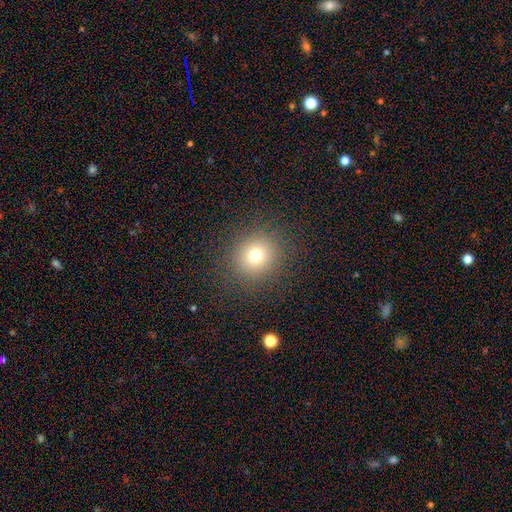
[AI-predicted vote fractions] Overall: smooth (73%). How rounded: round (86%). Merging: none (87%).